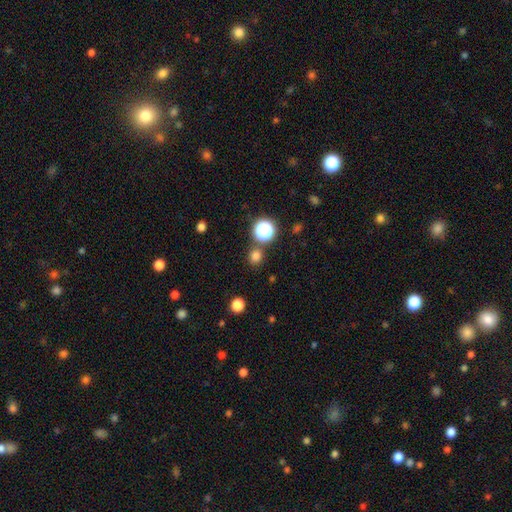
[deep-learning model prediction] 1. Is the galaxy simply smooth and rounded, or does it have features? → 75% smooth, 20% star or artifact, 5% featured or disk.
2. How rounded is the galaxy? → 87% round, 12% in between, 1% cigar-shaped.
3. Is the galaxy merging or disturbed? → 80% none, 9% merger, 8% minor disturbance, 3% major disturbance.